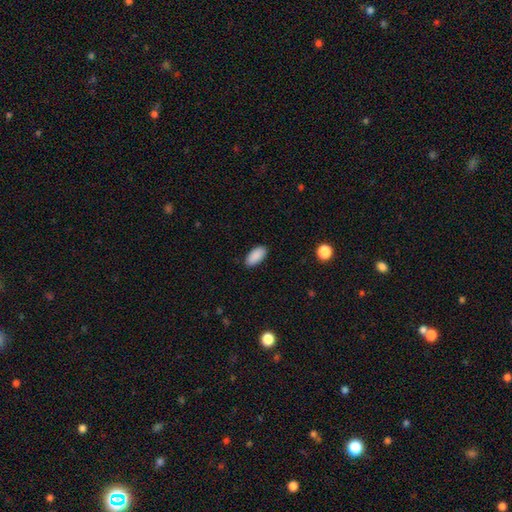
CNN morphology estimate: Smooth or featured? smooth (90%)
How rounded? in between (92%)
Merging? none (89%)